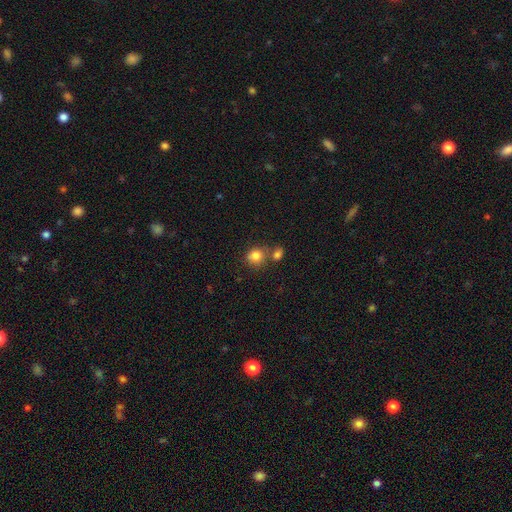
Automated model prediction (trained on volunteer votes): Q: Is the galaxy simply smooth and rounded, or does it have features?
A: smooth — 83%.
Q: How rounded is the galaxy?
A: round — 78%.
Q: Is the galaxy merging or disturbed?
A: none — 58%.